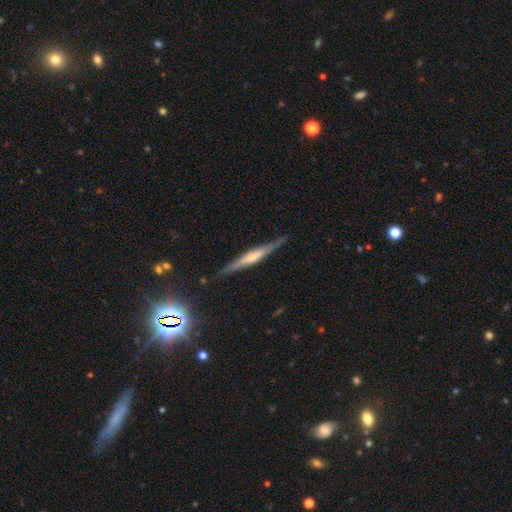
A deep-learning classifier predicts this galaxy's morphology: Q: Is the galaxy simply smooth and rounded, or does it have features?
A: featured or disk — 71%.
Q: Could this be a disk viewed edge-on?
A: yes — 96%.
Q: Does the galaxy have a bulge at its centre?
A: rounded — 66%.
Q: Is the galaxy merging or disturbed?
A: none — 86%.